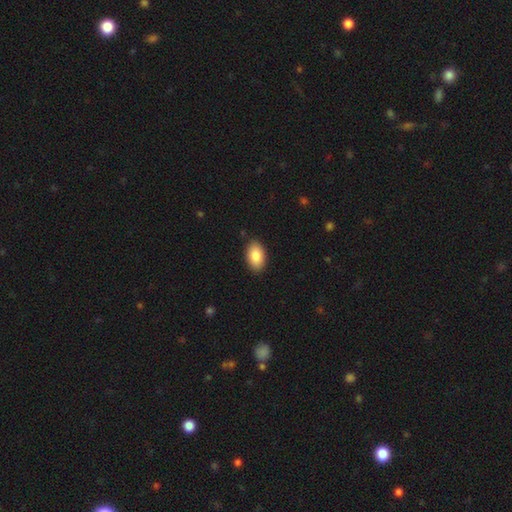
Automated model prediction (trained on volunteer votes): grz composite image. It shows a smooth galaxy with no disk features (86%) that is in between round and cigar-shaped (93%). Merging: none (88%).